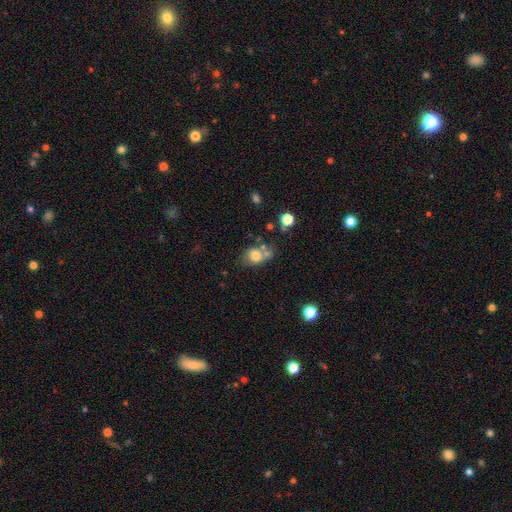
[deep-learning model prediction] Overall: smooth (73%). How rounded: in between (52%; round 47%). Merging: none (42%; merger 31%).